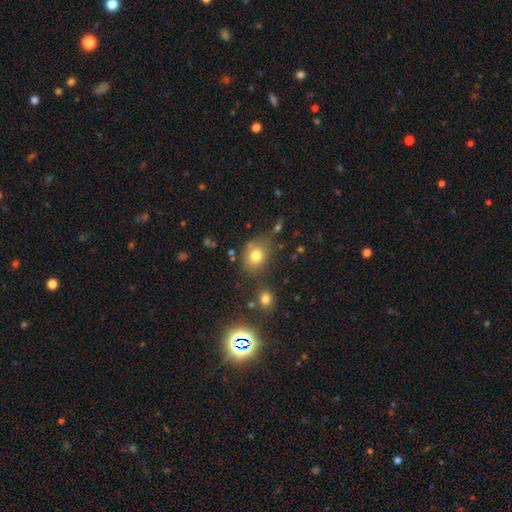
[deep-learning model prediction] This is likely a smooth galaxy (77%). How rounded: possibly round (55%). Merging: likely none (70%).